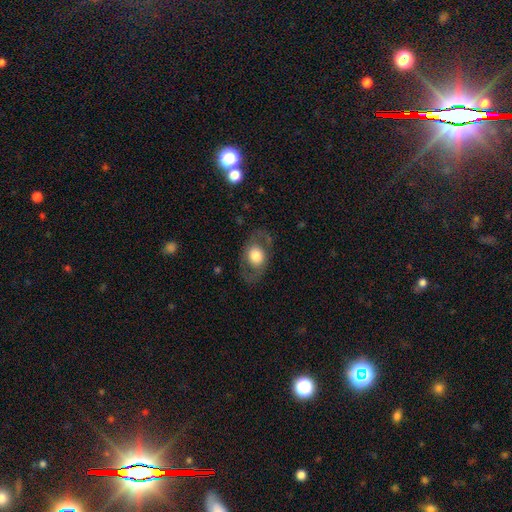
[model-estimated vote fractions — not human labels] This appears to be a smooth galaxy with no disk features (52%) that is in between round and cigar-shaped (67%). Merging: none (76%).